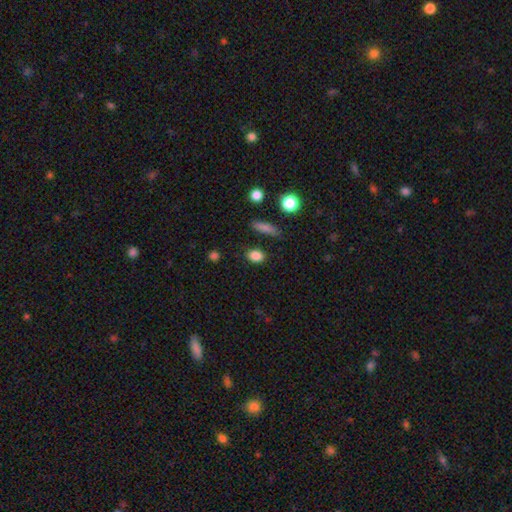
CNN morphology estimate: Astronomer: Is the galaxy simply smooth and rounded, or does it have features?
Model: smooth — 85%.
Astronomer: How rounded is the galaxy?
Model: in between — 69%.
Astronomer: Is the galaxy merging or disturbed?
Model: none — 82%.